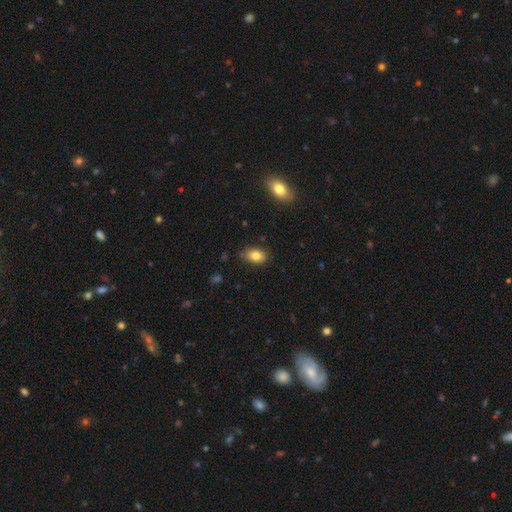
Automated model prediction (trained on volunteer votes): smooth_or_featured: smooth (p=0.82) [alt: star or artifact p=0.09]
how_rounded: in between (p=0.84) [alt: round p=0.14]
merging: none (p=0.82) [alt: minor disturbance p=0.14]